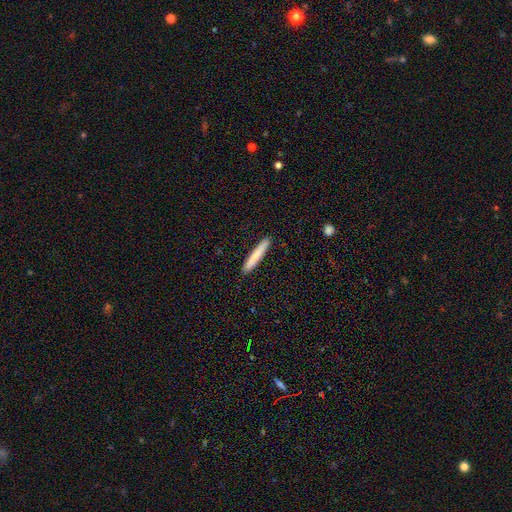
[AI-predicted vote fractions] A smooth galaxy with no disk features (79%) that is cigar-shaped (96%).

Vote fractions:
- Smooth or featured? smooth: 79% / featured or disk: 15% / star or artifact: 6%
- How rounded? cigar-shaped: 96% / in between: 3% / round: 1%
- Merging? none: 92% / minor disturbance: 6% / major disturbance: 1% / merger: 1%